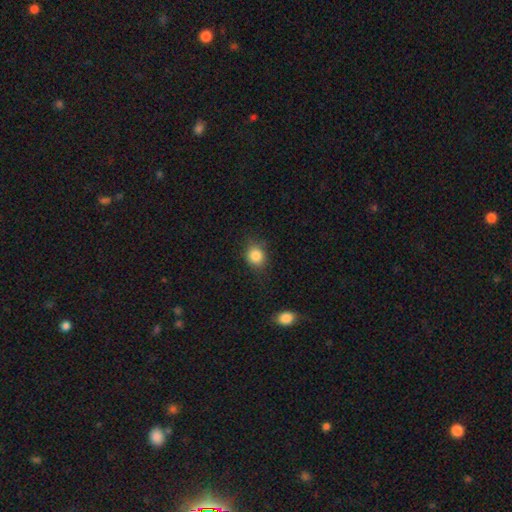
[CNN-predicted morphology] Overall: smooth (85%). How rounded: round (73%). Merging: none (78%).